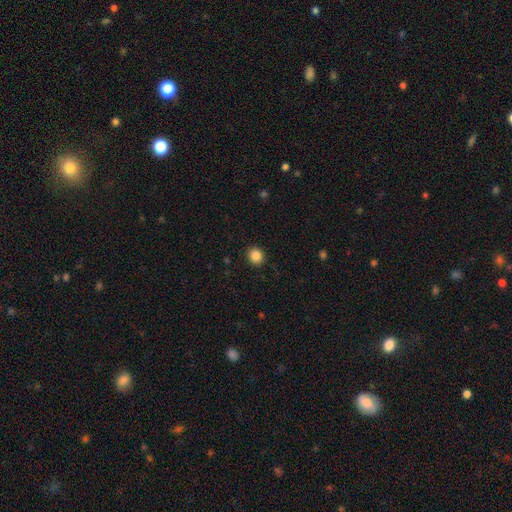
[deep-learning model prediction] Smooth or featured?
  - smooth: 86% *
  - star or artifact: 10%
  - featured or disk: 4%
How rounded?
  - round: 84% *
  - in between: 16%
  - cigar-shaped: 1%
Merging?
  - none: 91% *
  - minor disturbance: 6%
  - major disturbance: 2%
  - merger: 1%